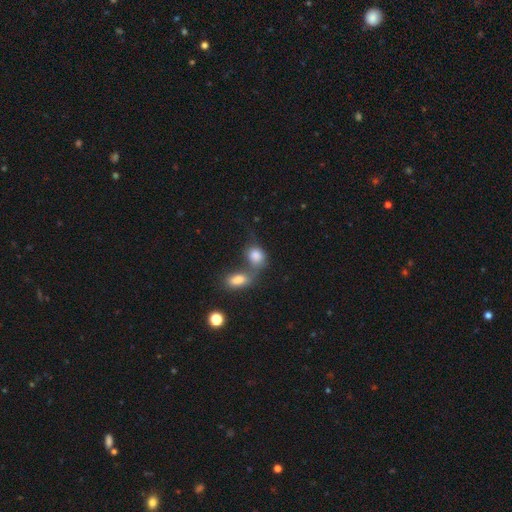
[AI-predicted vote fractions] A smooth galaxy with no disk features (82%) that is in between round and cigar-shaped (55%).

Vote fractions:
- Smooth or featured? smooth: 82% / featured or disk: 9% / star or artifact: 9%
- How rounded? in between: 55% / round: 43% / cigar-shaped: 2%
- Merging? merger: 56% / none: 26% / minor disturbance: 11% / major disturbance: 8%